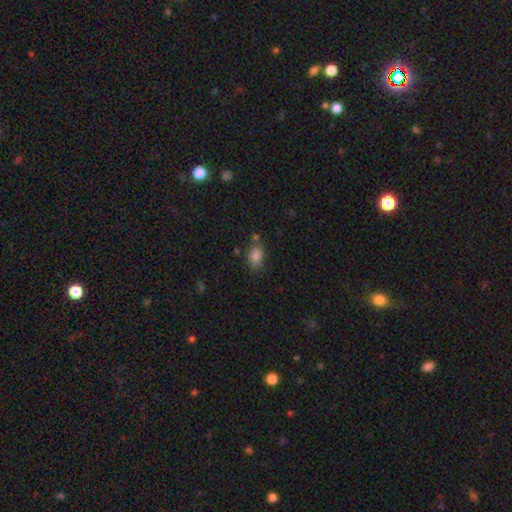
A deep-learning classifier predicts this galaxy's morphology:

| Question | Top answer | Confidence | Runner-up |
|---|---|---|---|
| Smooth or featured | smooth | 84% | star or artifact (10%) |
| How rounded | in between | 82% | round (16%) |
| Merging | none | 69% | minor disturbance (18%) |